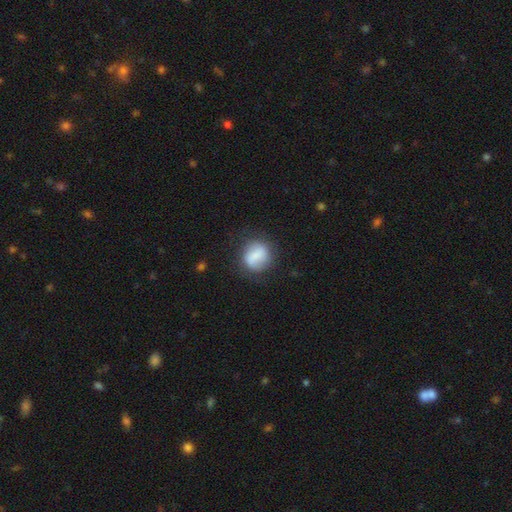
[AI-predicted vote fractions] This is likely a smooth galaxy (68%). How rounded: likely round (75%). Merging: likely none (72%).